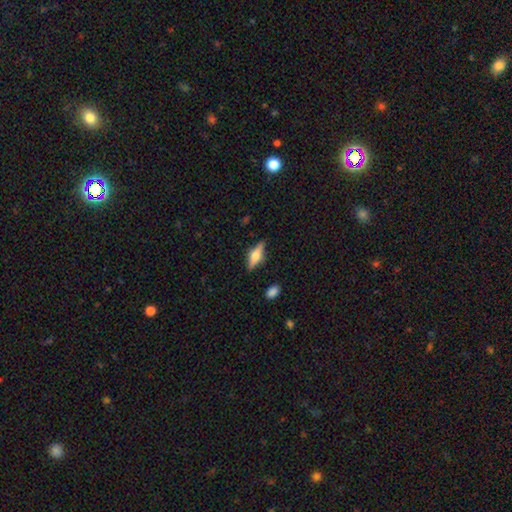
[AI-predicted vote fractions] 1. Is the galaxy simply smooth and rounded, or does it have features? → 58% featured or disk, 34% smooth, 8% star or artifact.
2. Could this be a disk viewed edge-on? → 95% yes, 5% no.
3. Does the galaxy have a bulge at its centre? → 90% rounded, 8% boxy, 2% none.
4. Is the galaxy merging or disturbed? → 84% none, 12% minor disturbance, 3% major disturbance, 2% merger.